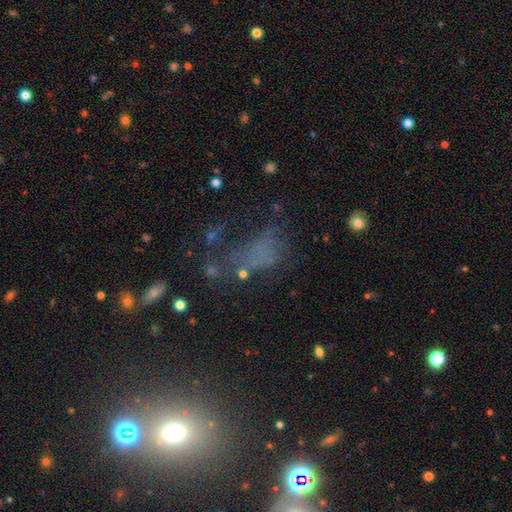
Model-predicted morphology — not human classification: smooth_or_featured: star or artifact (p=0.47) [alt: smooth p=0.35]